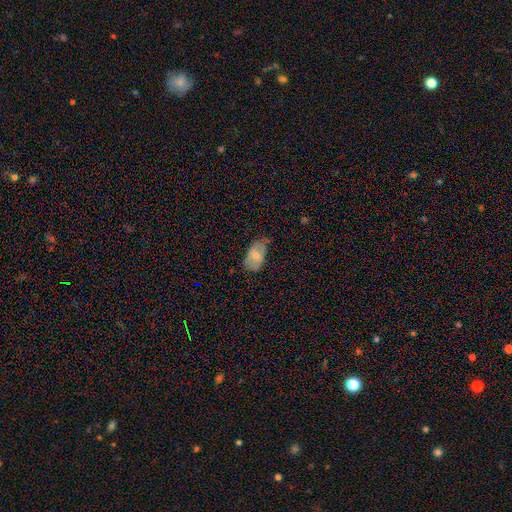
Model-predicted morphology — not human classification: A smooth galaxy with no disk features (65%) that is in between round and cigar-shaped (93%). Merging: none (59%).